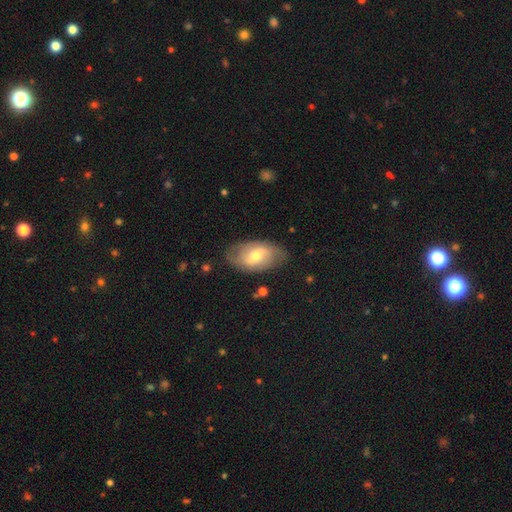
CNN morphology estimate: Smooth or featured: featured or disk — 49% (smooth — 44%)
Merging: none — 77% (minor disturbance — 17%)